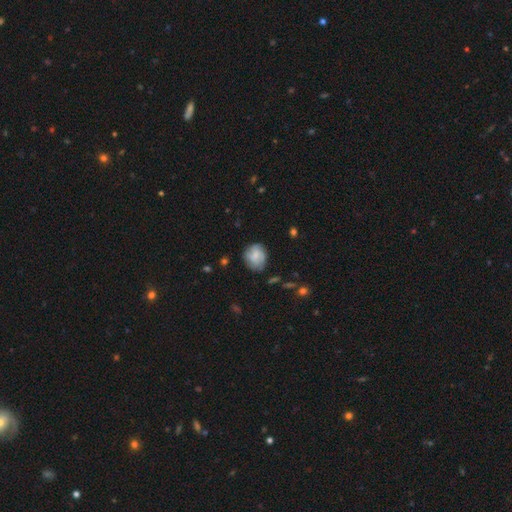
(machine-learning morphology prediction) smooth-or-featured: smooth: 52% | featured or disk: 40% | star or artifact: 8%
  how-rounded: round: 62% | in between: 37% | cigar-shaped: 1%
  merging: none: 67% | minor disturbance: 23% | major disturbance: 8% | merger: 2%